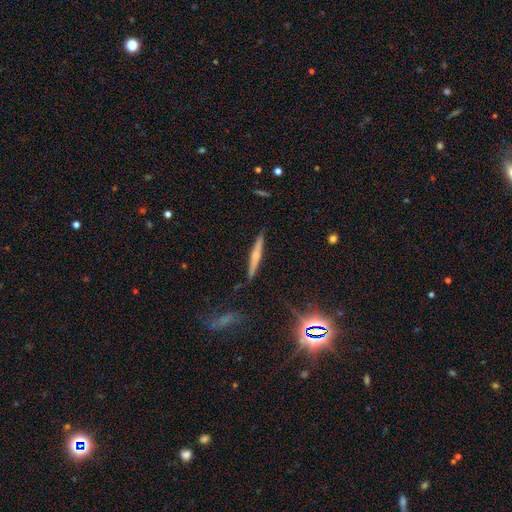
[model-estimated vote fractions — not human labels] Smooth or featured? Predicted: featured or disk (p=0.48). Merging? Predicted: none (p=0.88).